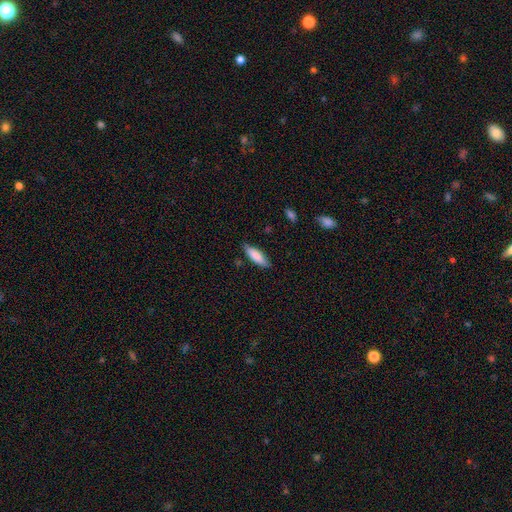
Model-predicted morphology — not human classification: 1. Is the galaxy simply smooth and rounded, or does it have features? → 83% smooth, 11% featured or disk, 6% star or artifact.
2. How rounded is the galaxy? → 52% in between, 46% cigar-shaped, 2% round.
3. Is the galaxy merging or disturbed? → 80% none, 16% minor disturbance, 3% major disturbance, 1% merger.